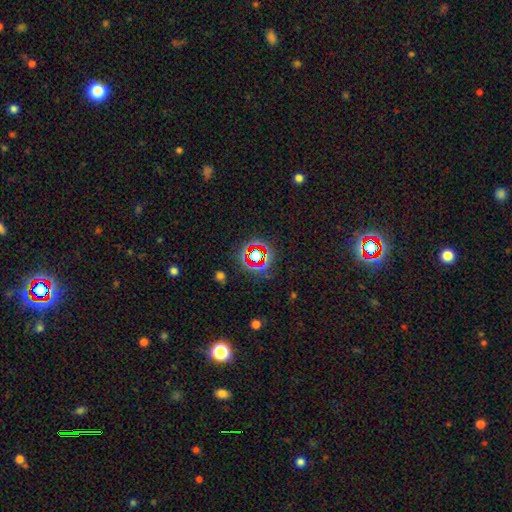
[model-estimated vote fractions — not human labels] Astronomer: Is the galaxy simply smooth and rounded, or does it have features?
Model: star or artifact — 70%.